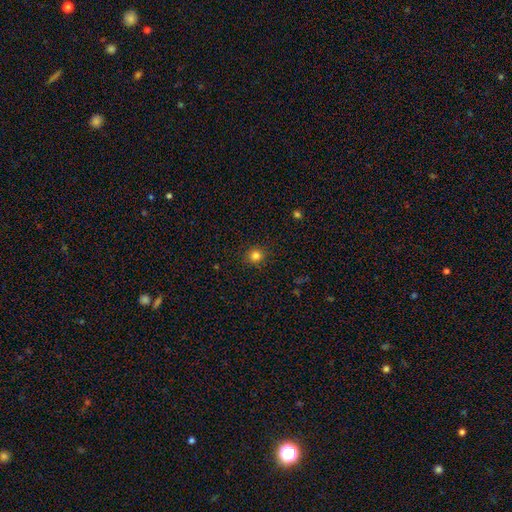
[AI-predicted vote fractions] Overall: smooth (82%). How rounded: round (89%). Merging: none (90%).